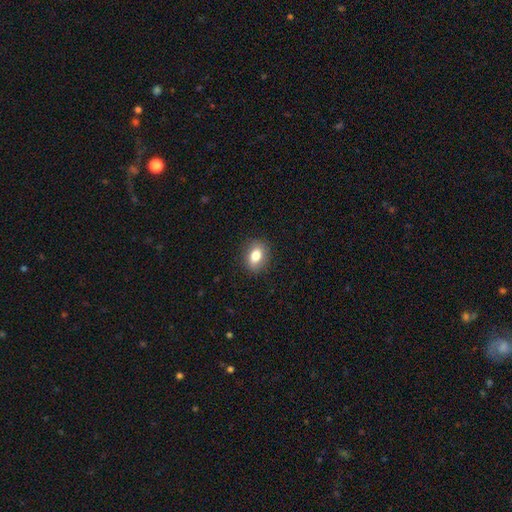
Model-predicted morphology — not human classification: type=smooth (82%); roundness=in between (69%); merging=none (86%).